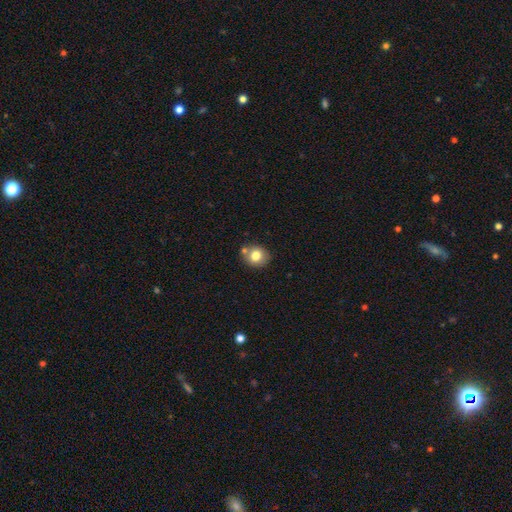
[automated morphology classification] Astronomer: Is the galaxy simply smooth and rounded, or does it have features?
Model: smooth — 79%.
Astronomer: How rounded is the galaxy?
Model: round — 77%.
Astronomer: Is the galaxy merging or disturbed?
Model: none — 69%.